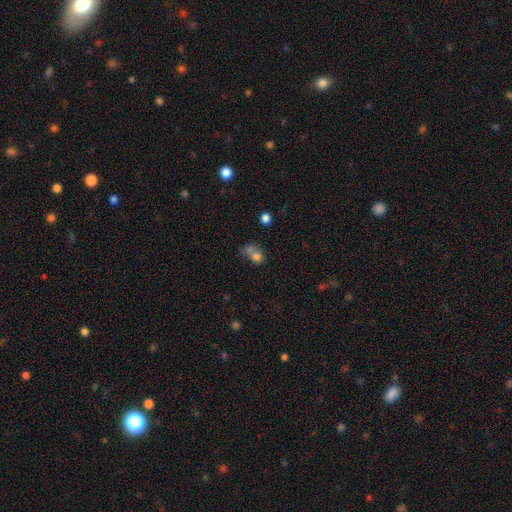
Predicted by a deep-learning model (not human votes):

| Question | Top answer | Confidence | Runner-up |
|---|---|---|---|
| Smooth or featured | smooth | 71% | featured or disk (15%) |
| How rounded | in between | 50% | round (48%) |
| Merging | merger | 47% | none (26%) |